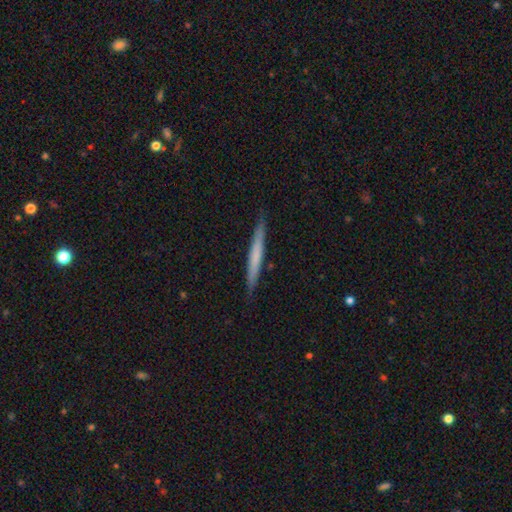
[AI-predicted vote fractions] Smooth or featured: smooth — 55% (featured or disk — 40%)
How rounded: cigar-shaped — 97% (in between — 2%)
Merging: none — 90% (minor disturbance — 8%)